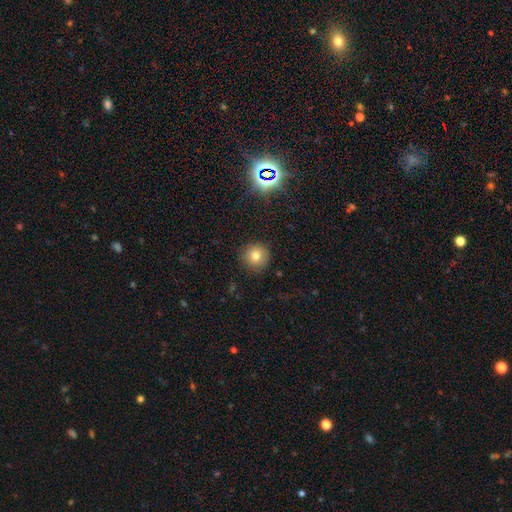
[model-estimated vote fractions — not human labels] This is likely a smooth galaxy (76%). How rounded: clearly round (94%). Merging: clearly none (89%).